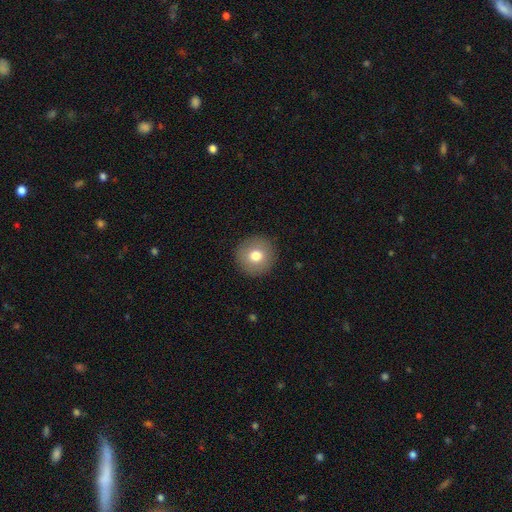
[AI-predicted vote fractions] Smooth or featured?
  - smooth: 76% *
  - featured or disk: 15%
  - star or artifact: 9%
How rounded?
  - round: 95% *
  - in between: 4%
  - cigar-shaped: 1%
Merging?
  - none: 92% *
  - minor disturbance: 5%
  - major disturbance: 2%
  - merger: 1%